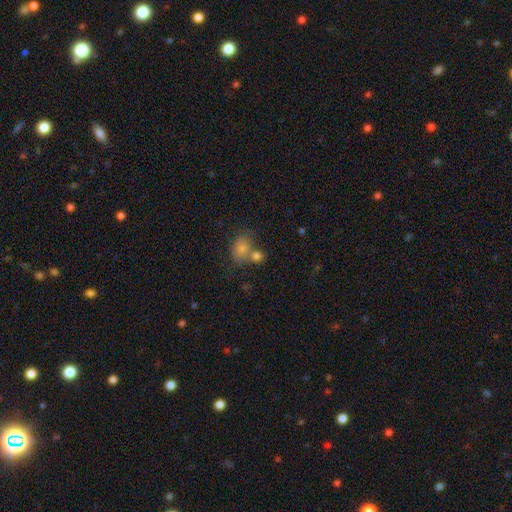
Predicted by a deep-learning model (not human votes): A smooth galaxy with no disk features (77%) that is round (58%). Merging: none (43%).